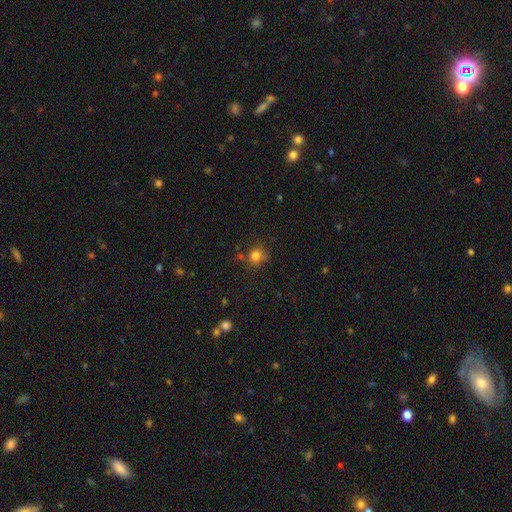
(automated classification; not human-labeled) Smooth or featured? smooth (80%)
How rounded? round (85%)
Merging? none (70%)